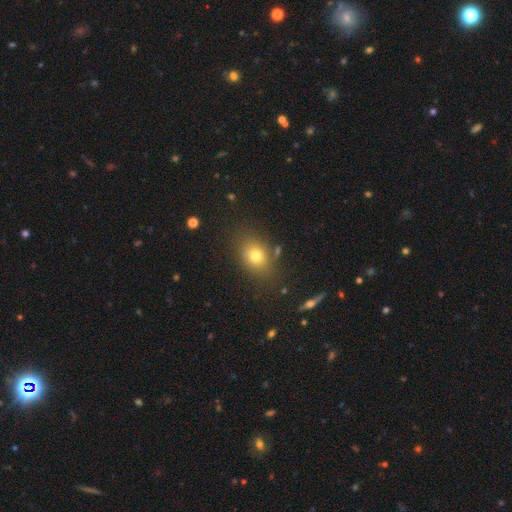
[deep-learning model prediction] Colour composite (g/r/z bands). It shows a smooth galaxy with no disk features (73%) that is in between round and cigar-shaped (56%). Merging: none (77%).